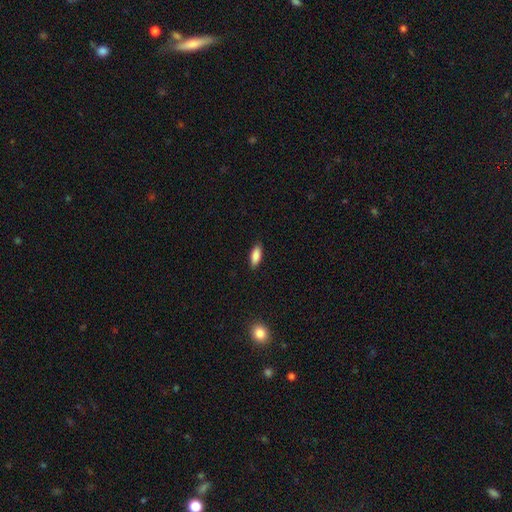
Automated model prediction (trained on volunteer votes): smooth_or_featured: smooth (p=0.88) [alt: star or artifact p=0.07]
how_rounded: in between (p=0.81) [alt: cigar-shaped p=0.17]
merging: none (p=0.86) [alt: minor disturbance p=0.11]